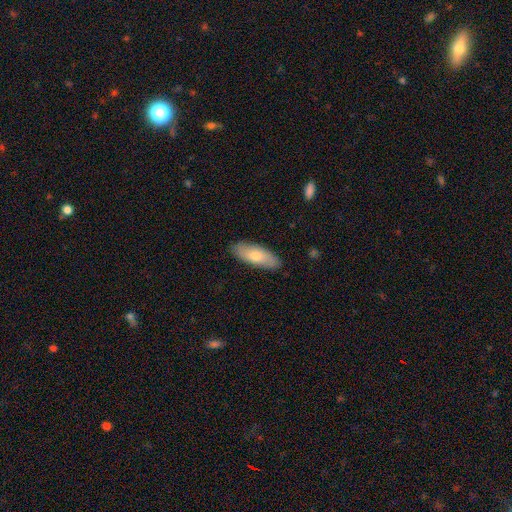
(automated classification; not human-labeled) This appears to be a smooth galaxy with no disk features (70%) that is in between round and cigar-shaped (71%). Merging: none (88%).